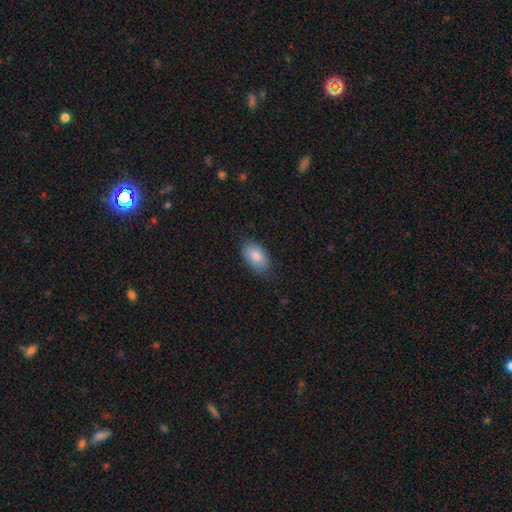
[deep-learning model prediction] This appears to be a smooth galaxy with no disk features (83%) that is in between round and cigar-shaped (92%). Merging: none (78%).